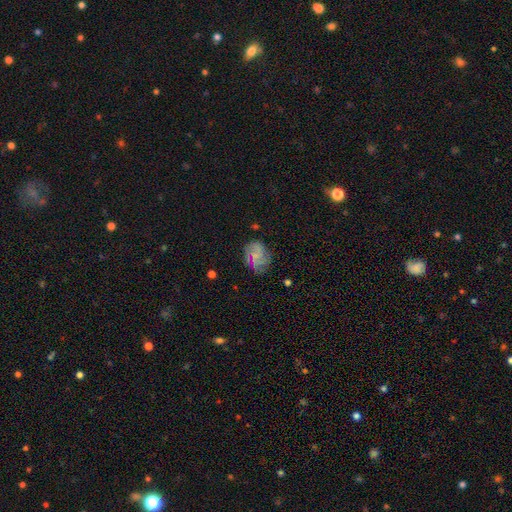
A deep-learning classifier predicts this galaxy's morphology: A featured or disk galaxy (53%) with no bar (68%), spiral arms (83%) and a small central bulge (46%).

Vote fractions:
- Smooth or featured? featured or disk: 53% / smooth: 35% / star or artifact: 12%
- Edge-on disk? no: 98% / yes: 2%
- Bar? no: 68% / weak: 27% / strong: 5%
- Spiral arms? yes: 83% / no: 17%
- Bulge size? small: 46% / none: 35% / moderate: 15% / large: 2% / dominant: 1%
- Merging? none: 69% / minor disturbance: 20% / major disturbance: 9% / merger: 2%